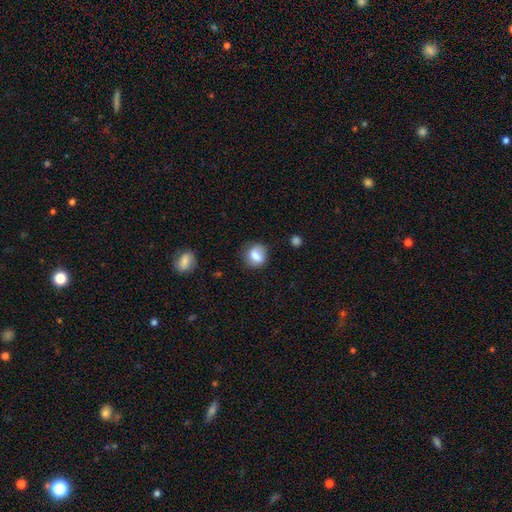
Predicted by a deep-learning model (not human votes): smooth-or-featured: smooth: 77% | featured or disk: 14% | star or artifact: 9%
  how-rounded: round: 71% | in between: 28% | cigar-shaped: 1%
  merging: none: 70% | minor disturbance: 21% | major disturbance: 6% | merger: 3%